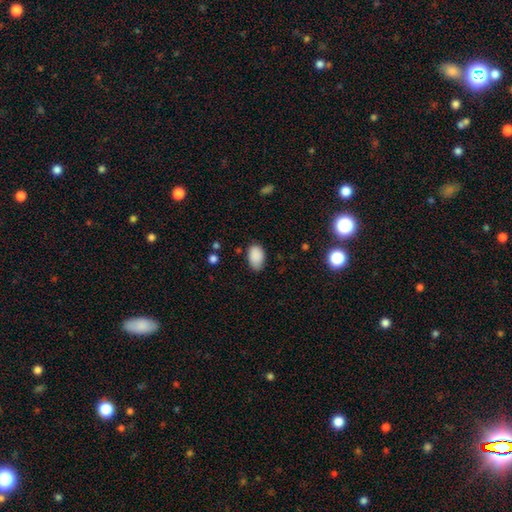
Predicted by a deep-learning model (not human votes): Overall: smooth (89%). How rounded: in between (90%). Merging: none (73%).